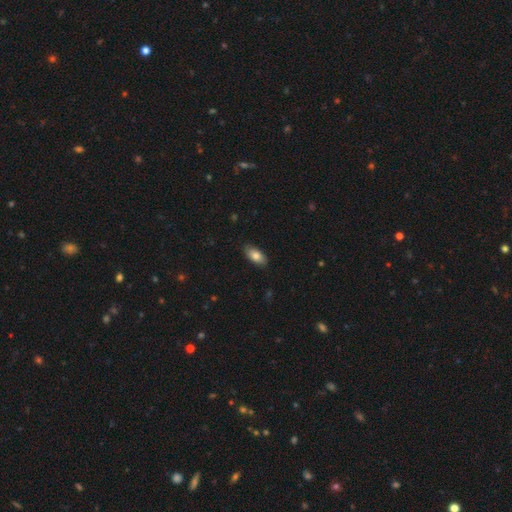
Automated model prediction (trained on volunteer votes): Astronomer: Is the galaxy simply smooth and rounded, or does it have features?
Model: smooth — 82%.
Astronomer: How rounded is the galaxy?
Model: in between — 92%.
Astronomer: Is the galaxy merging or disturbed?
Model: none — 85%.